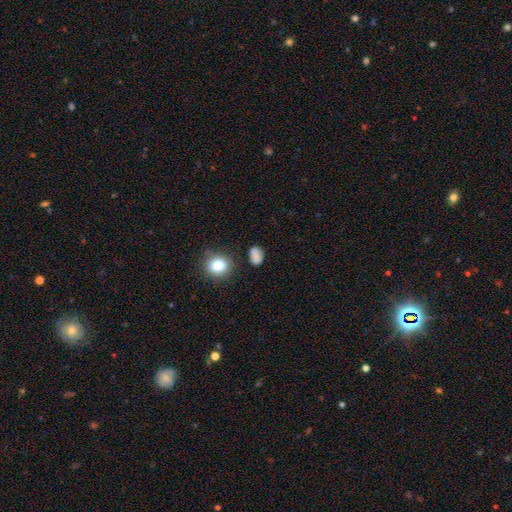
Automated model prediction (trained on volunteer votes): Smooth or featured: smooth — 80% (star or artifact — 13%)
How rounded: in between — 70% (round — 28%)
Merging: none — 66% (minor disturbance — 19%)